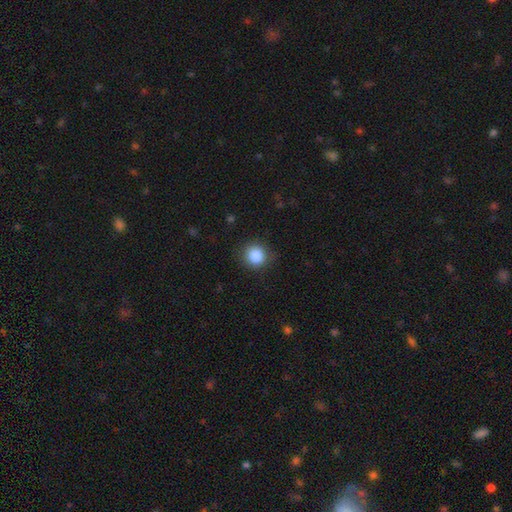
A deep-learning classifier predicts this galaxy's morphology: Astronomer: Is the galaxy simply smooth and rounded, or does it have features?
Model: smooth — 87%.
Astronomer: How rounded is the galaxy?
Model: round — 90%.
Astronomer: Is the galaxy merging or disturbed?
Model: none — 84%.